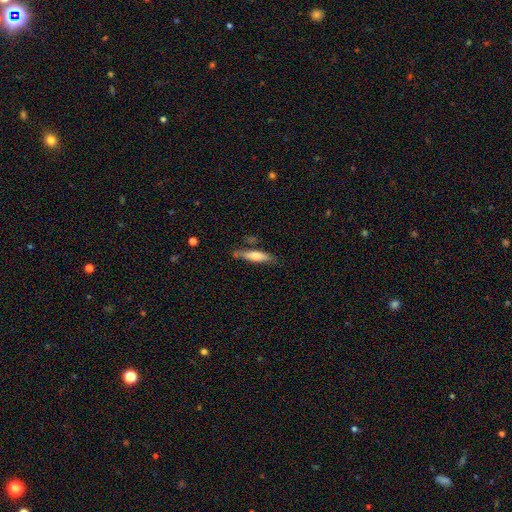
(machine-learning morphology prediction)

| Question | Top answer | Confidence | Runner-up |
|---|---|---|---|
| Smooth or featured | smooth | 63% | featured or disk (31%) |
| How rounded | cigar-shaped | 74% | in between (24%) |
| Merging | none | 71% | minor disturbance (19%) |